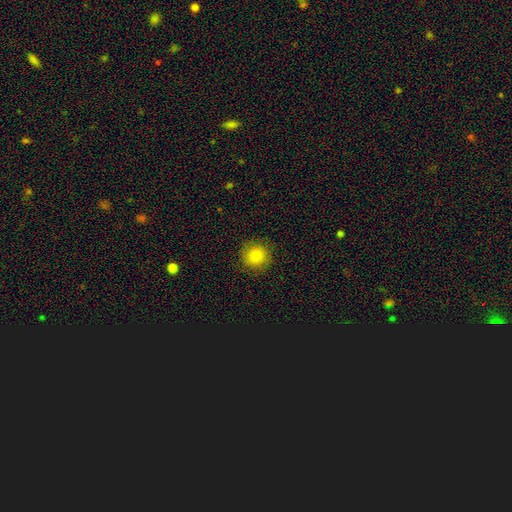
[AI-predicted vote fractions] Smooth or featured? Predicted: smooth (p=0.82). How rounded? Predicted: round (p=0.93). Merging? Predicted: none (p=0.89).